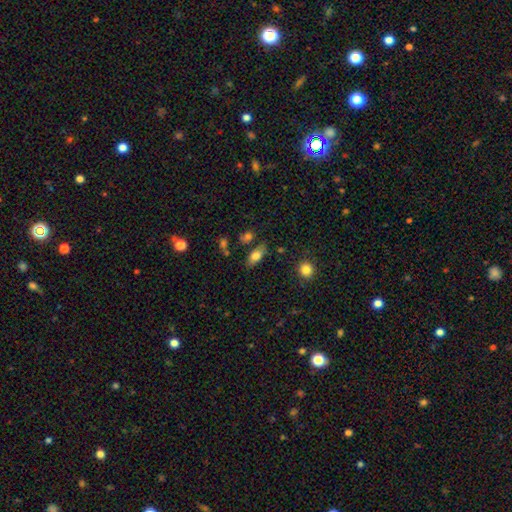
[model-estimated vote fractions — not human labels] Q: Smooth or featured?
A: smooth (75%); runner-up: featured or disk (17%)
Q: How rounded?
A: in between (83%); runner-up: cigar-shaped (13%)
Q: Merging?
A: none (74%); runner-up: minor disturbance (16%)